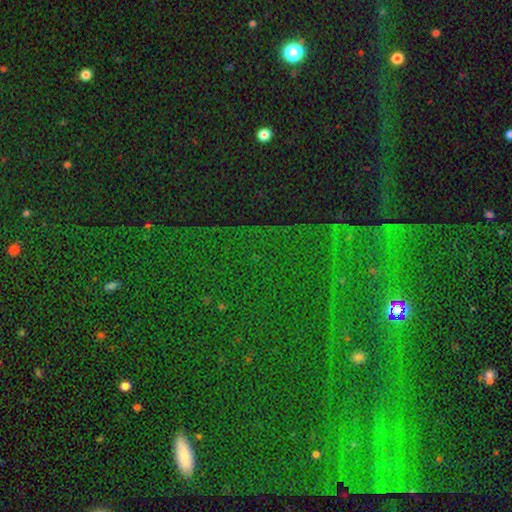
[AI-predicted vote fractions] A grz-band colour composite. It shows a star or artifact, not a galaxy (83%).